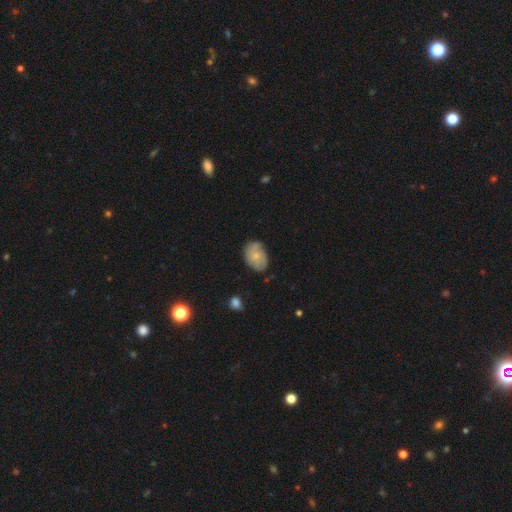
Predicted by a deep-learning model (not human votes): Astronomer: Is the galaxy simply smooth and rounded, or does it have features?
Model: smooth — 55% (runner-up: featured or disk, 38%).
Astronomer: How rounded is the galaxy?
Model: in between — 81%.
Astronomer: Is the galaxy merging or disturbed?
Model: none — 65%.